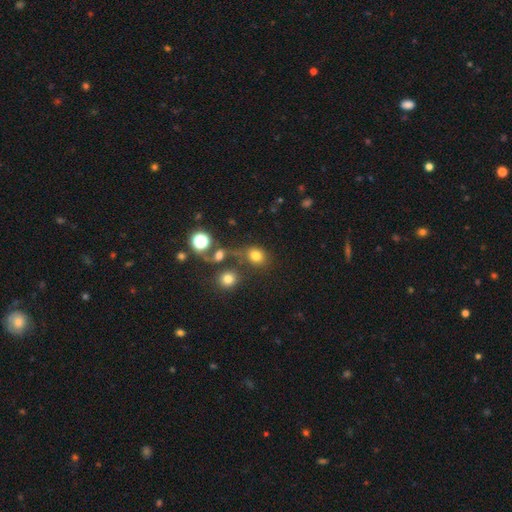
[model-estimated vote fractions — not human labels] smooth_or_featured: smooth (p=0.76) [alt: star or artifact p=0.16]
how_rounded: round (p=0.65) [alt: in between p=0.34]
merging: none (p=0.60) [alt: merger p=0.18]